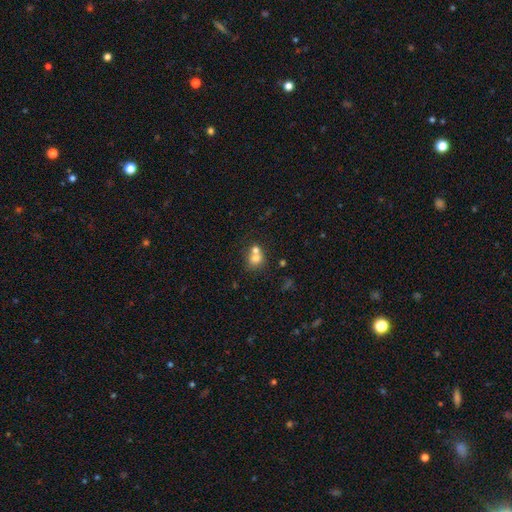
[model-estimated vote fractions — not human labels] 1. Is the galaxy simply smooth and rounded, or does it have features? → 70% smooth, 18% featured or disk, 12% star or artifact.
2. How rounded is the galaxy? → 72% round, 27% in between, 1% cigar-shaped.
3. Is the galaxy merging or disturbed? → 59% merger, 31% none, 7% minor disturbance, 3% major disturbance.